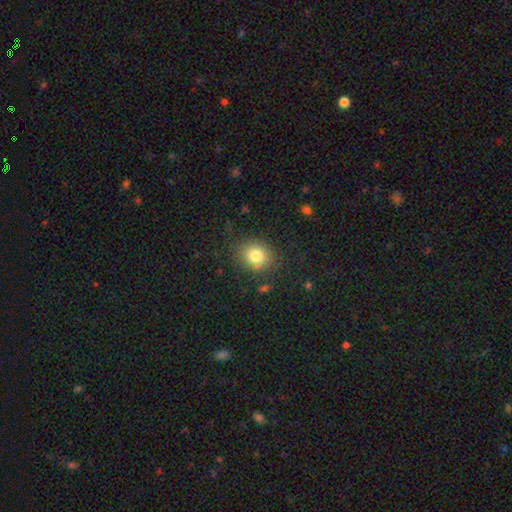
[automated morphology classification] Smooth or featured: smooth — 81% (star or artifact — 11%)
How rounded: round — 69% (in between — 30%)
Merging: none — 80% (minor disturbance — 13%)